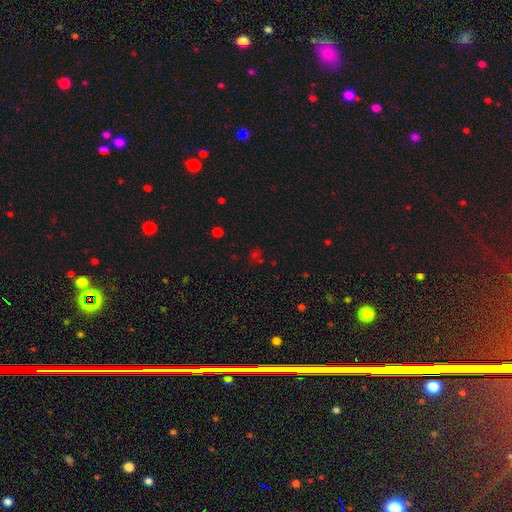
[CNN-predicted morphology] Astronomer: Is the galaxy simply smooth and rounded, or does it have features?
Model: smooth — 47% (runner-up: star or artifact, 45%).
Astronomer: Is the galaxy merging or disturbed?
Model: none — 64%.